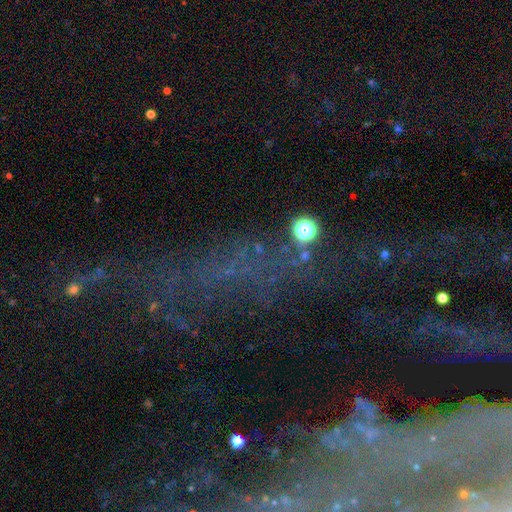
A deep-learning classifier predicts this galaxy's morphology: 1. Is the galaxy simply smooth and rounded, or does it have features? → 52% star or artifact, 32% featured or disk, 15% smooth.